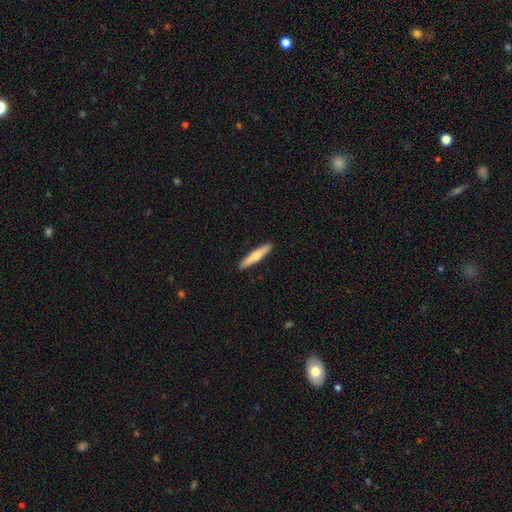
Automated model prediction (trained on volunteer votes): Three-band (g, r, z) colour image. It shows a smooth galaxy with no disk features (60%) that is cigar-shaped (89%). Merging: none (91%).